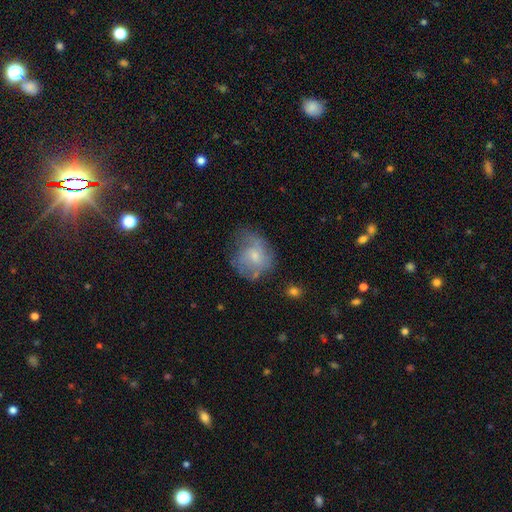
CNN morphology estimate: Smooth or featured: featured or disk — 49% (smooth — 42%)
Merging: none — 48% (minor disturbance — 30%)